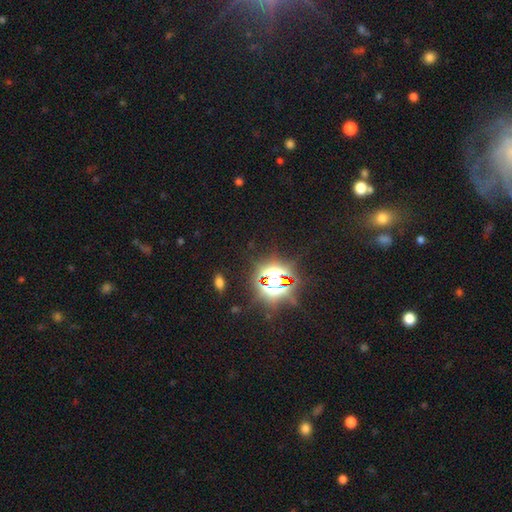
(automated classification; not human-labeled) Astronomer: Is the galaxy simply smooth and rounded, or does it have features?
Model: star or artifact — 81%.